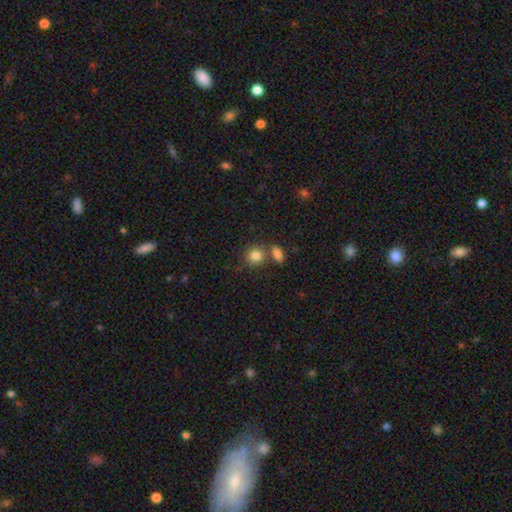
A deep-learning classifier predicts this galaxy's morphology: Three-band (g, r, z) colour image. It shows a smooth galaxy with no disk features (83%) that is round (82%). Merging: none (62%).